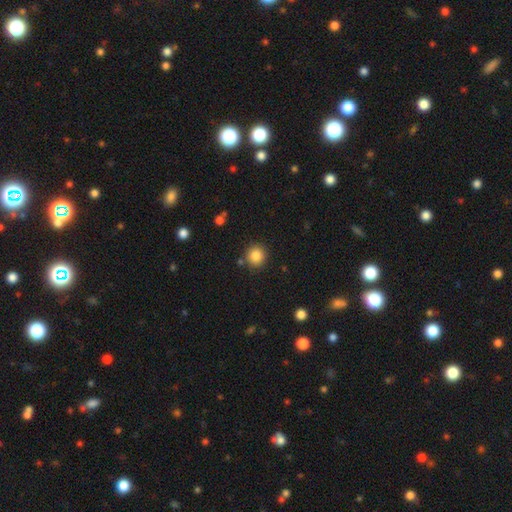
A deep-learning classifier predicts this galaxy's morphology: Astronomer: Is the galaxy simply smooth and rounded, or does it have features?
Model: smooth — 86%.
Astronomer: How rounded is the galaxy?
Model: round — 92%.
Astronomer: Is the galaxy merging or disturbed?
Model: none — 86%.